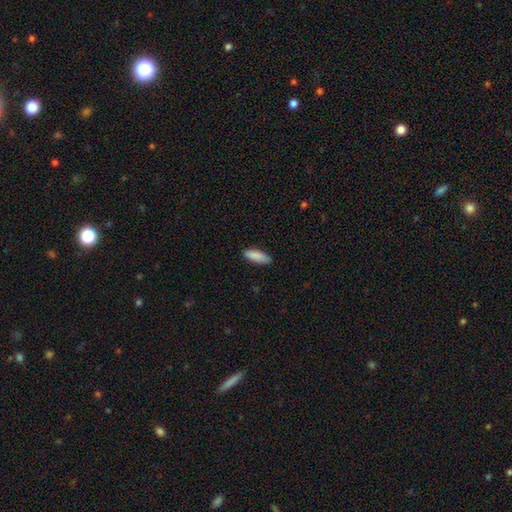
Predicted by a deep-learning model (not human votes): This appears to be a smooth galaxy with no disk features (89%) that is in between round and cigar-shaped (61%). Merging: none (84%).